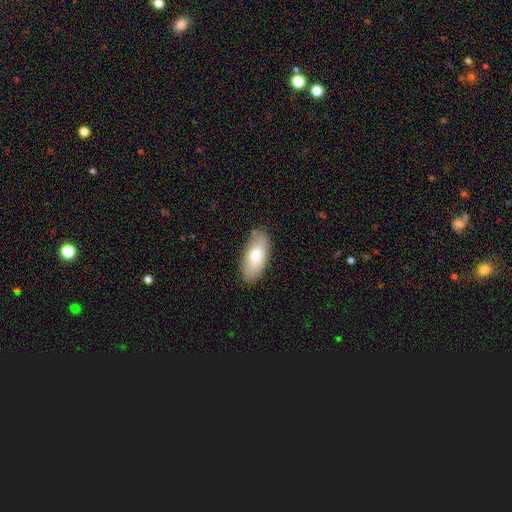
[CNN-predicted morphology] A smooth galaxy with no disk features (76%) that is in between round and cigar-shaped (89%). Merging: none (86%).